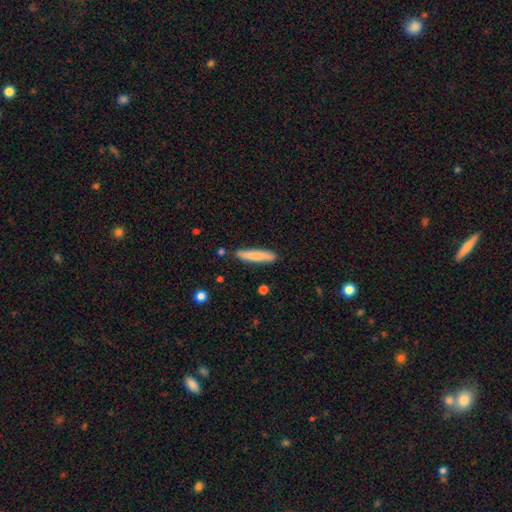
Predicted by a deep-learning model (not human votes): smooth_or_featured: smooth (p=0.77) [alt: featured or disk p=0.17]
how_rounded: cigar-shaped (p=0.90) [alt: in between p=0.09]
merging: none (p=0.84) [alt: minor disturbance p=0.11]